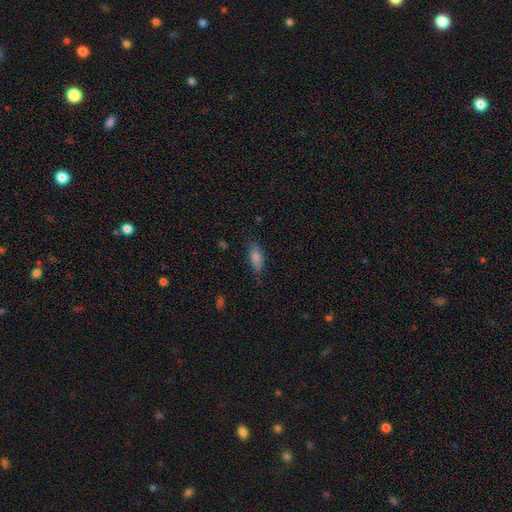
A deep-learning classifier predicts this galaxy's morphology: smooth 79%, featured or disk 12%, star or artifact 9%. Down the decision tree: how rounded — in between (77%); merging — none (78%).